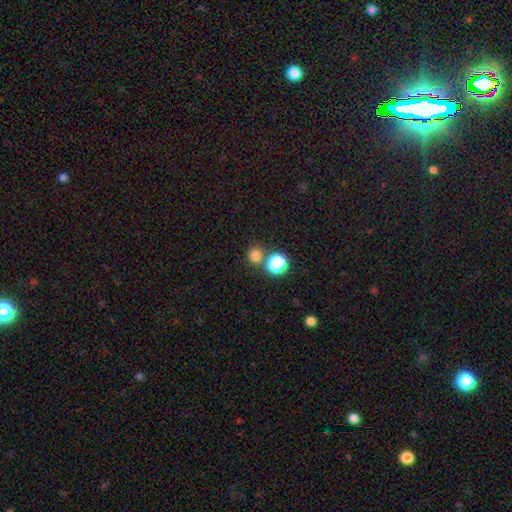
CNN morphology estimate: A smooth galaxy with no disk features (77%) that is round (87%). Merging: none (71%).